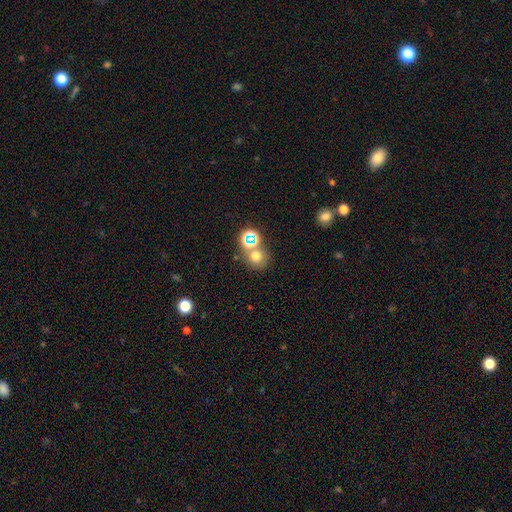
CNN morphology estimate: This is likely a smooth galaxy (64%). How rounded: clearly round (80%). Merging: likely none (61%).